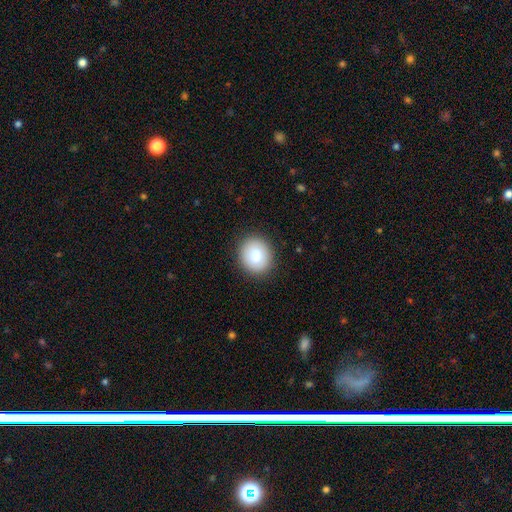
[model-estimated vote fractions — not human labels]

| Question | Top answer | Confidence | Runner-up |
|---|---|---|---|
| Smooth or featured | smooth | 81% | featured or disk (11%) |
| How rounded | round | 76% | in between (23%) |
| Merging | none | 89% | minor disturbance (8%) |